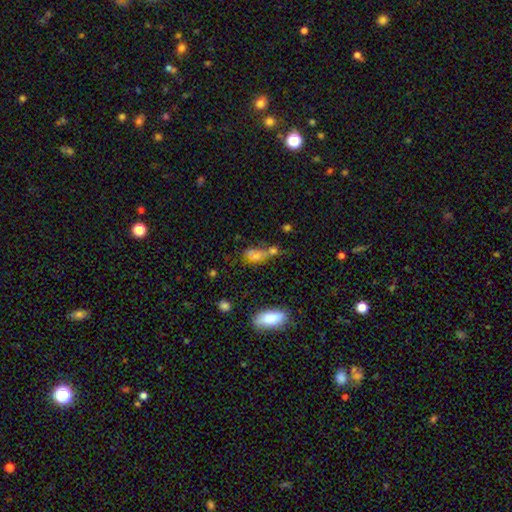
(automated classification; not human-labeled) Smooth or featured?
  - smooth: 67% *
  - featured or disk: 18%
  - star or artifact: 14%
How rounded?
  - in between: 70% *
  - cigar-shaped: 15%
  - round: 15%
Merging?
  - merger: 45% *
  - none: 26%
  - minor disturbance: 15%
  - major disturbance: 14%